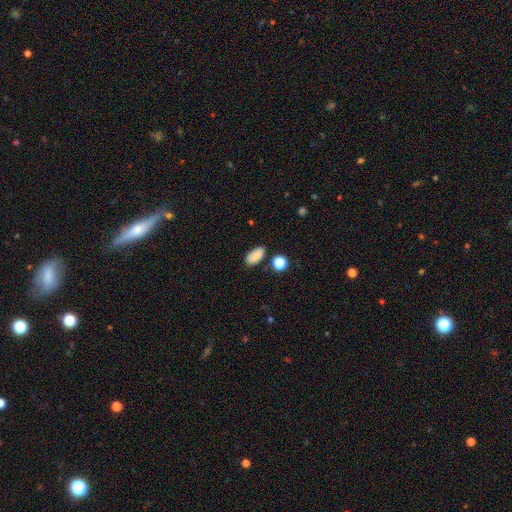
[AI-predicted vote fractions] This appears to be a smooth galaxy with no disk features (84%) that is in between round and cigar-shaped (92%). Merging: none (77%).